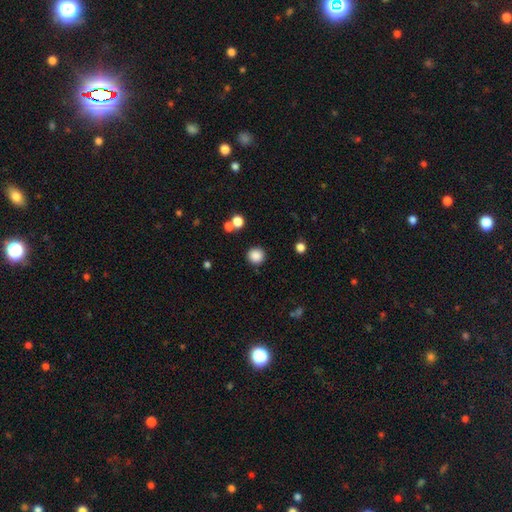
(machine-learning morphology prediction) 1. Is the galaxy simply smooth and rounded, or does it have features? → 86% smooth, 10% star or artifact, 4% featured or disk.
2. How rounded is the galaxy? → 92% round, 7% in between, 1% cigar-shaped.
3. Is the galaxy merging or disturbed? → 88% none, 7% minor disturbance, 3% merger, 3% major disturbance.